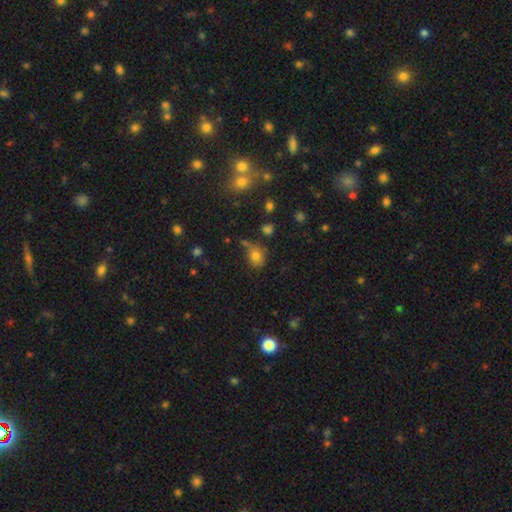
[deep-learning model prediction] Smooth or featured? Predicted: smooth (p=0.78). How rounded? Predicted: round (p=0.61). Merging? Predicted: none (p=0.59).